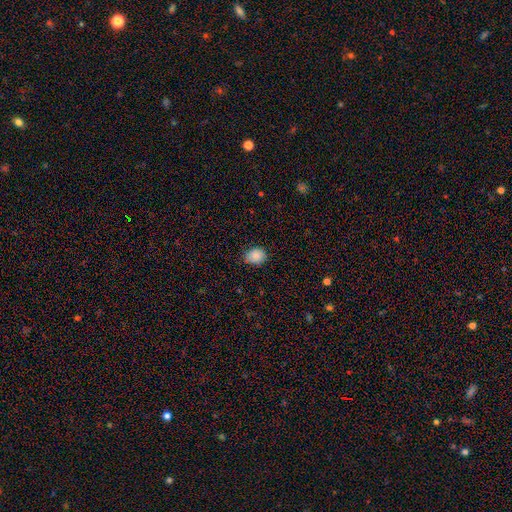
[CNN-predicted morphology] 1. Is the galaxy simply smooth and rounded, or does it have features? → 86% smooth, 9% star or artifact, 5% featured or disk.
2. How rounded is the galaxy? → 55% round, 44% in between, 1% cigar-shaped.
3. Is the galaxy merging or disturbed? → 74% none, 21% minor disturbance, 3% major disturbance, 1% merger.